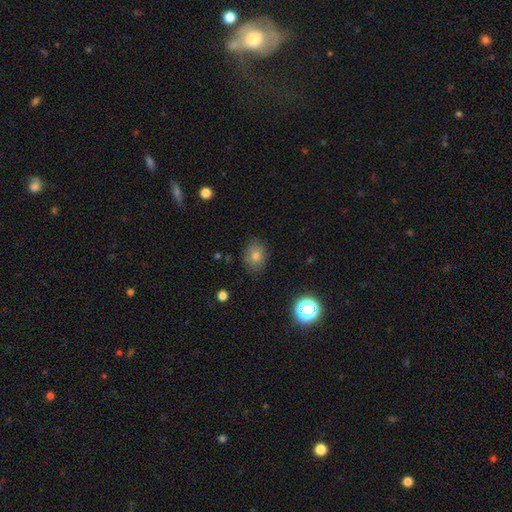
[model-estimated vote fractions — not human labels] Smooth or featured?
  - smooth: 72% *
  - star or artifact: 16%
  - featured or disk: 12%
How rounded?
  - in between: 50% *
  - round: 49%
  - cigar-shaped: 1%
Merging?
  - none: 82% *
  - minor disturbance: 14%
  - major disturbance: 3%
  - merger: 1%